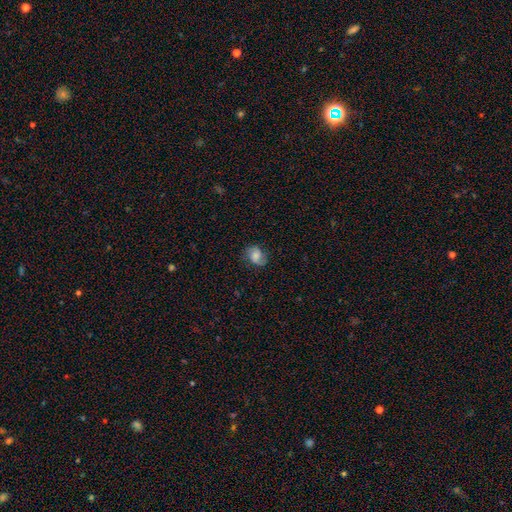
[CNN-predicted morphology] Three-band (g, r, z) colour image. It shows a smooth galaxy with no disk features (50%) that is in between round and cigar-shaped (52%). Merging: none (73%).